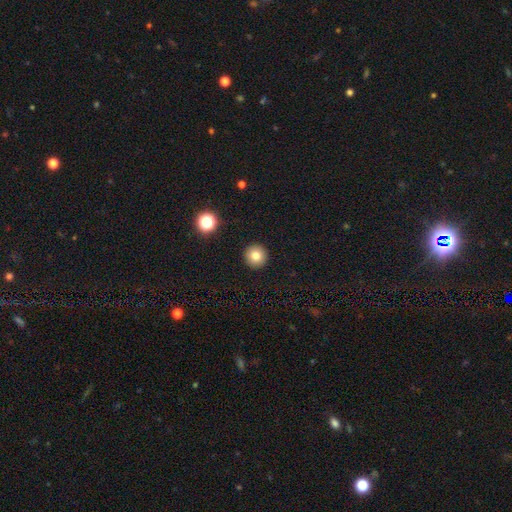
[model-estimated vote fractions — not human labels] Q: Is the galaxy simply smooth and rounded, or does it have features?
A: smooth — 79%.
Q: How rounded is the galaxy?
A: round — 96%.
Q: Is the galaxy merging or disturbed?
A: none — 93%.